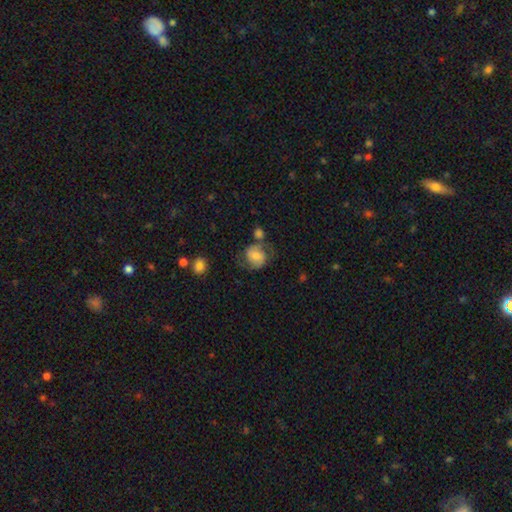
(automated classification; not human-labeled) Overall: featured or disk (53%; smooth 38%). Edge-on disk: no (98%). Bar: no (46%; weak 40%). Spiral arms: yes (87%). Bulge size: moderate (40%; small 39%). Merging: none (55%; minor disturbance 20%).